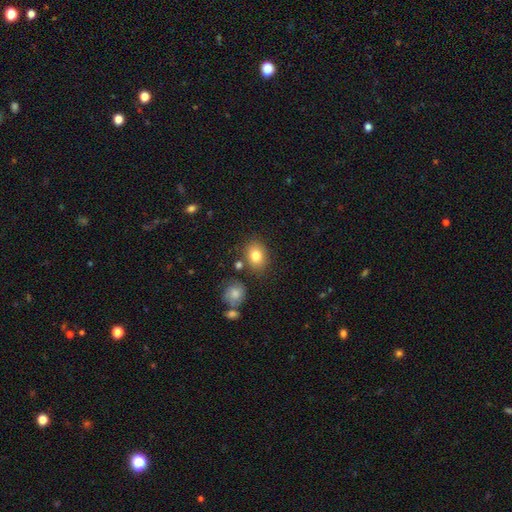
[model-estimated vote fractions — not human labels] Overall: smooth (80%). How rounded: in between (58%; round 41%). Merging: none (77%).